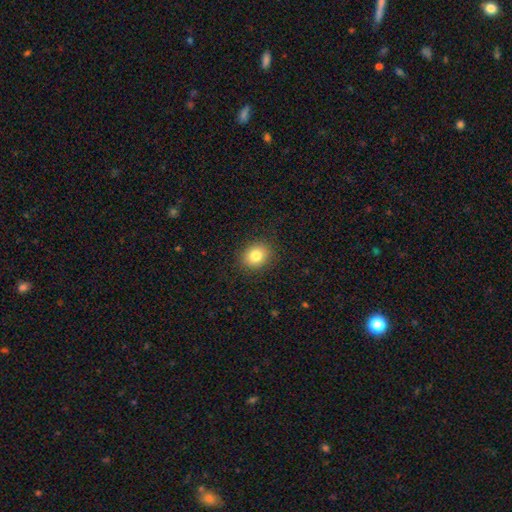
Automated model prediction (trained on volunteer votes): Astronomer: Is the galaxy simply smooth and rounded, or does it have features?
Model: smooth — 81%.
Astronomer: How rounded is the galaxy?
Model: round — 66%.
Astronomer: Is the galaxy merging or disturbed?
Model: none — 89%.